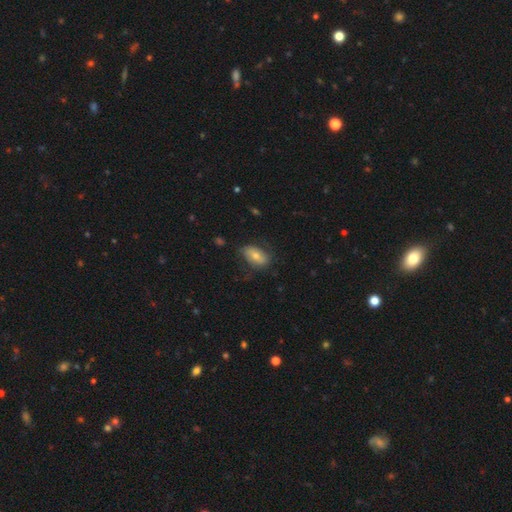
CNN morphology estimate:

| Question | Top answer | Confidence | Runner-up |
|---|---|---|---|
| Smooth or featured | smooth | 64% | featured or disk (28%) |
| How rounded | in between | 90% | round (7%) |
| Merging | none | 65% | minor disturbance (24%) |